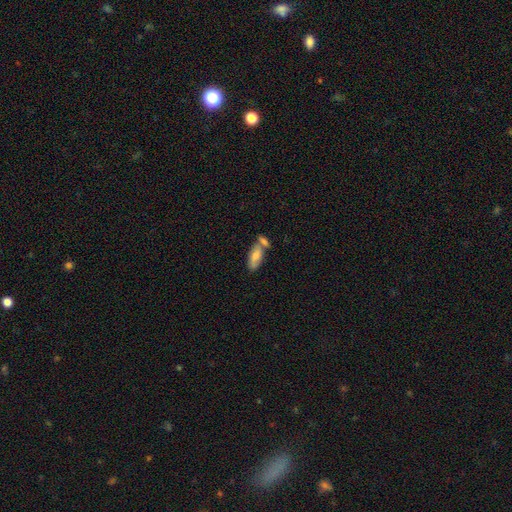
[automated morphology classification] The model was most divided on "merging": merger: 42%, none: 40%, minor disturbance: 13%, major disturbance: 4%. More confident: how rounded — in between (81%); smooth or featured — smooth (74%).